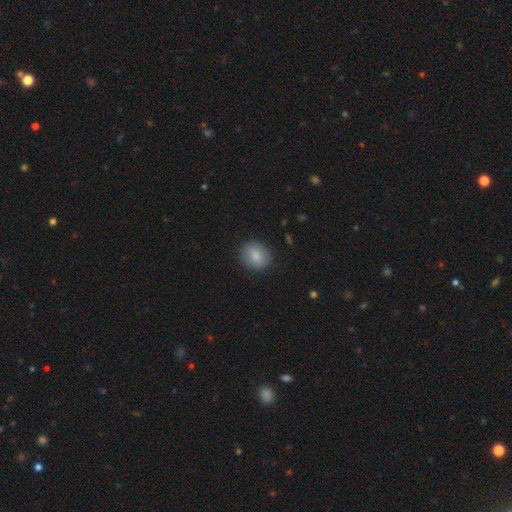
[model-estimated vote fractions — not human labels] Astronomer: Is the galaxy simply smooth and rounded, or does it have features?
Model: smooth — 85%.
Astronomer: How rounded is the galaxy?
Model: round — 71%.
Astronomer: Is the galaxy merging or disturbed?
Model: none — 87%.